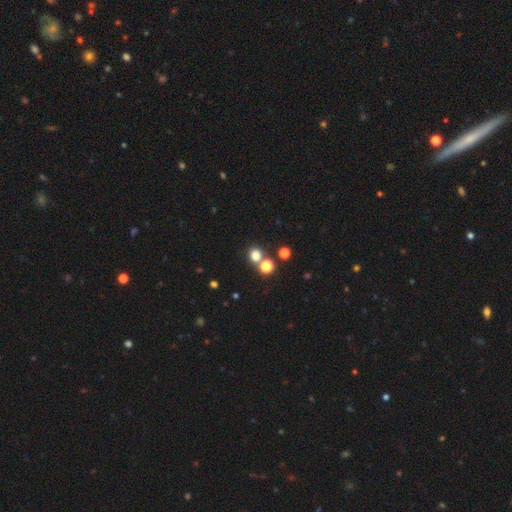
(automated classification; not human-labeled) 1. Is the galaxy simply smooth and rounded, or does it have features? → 76% smooth, 18% star or artifact, 6% featured or disk.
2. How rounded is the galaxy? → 83% round, 16% in between, 1% cigar-shaped.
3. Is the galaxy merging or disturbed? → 66% none, 23% merger, 7% minor disturbance, 4% major disturbance.